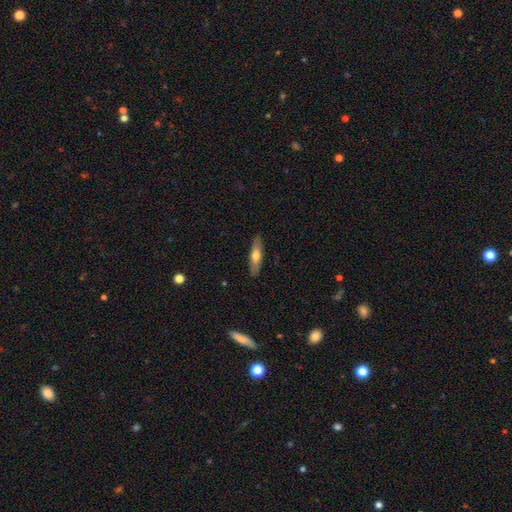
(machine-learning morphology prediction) smooth 58%, featured or disk 36%, star or artifact 6%. Down the decision tree: how rounded — cigar-shaped (66%); merging — none (88%).